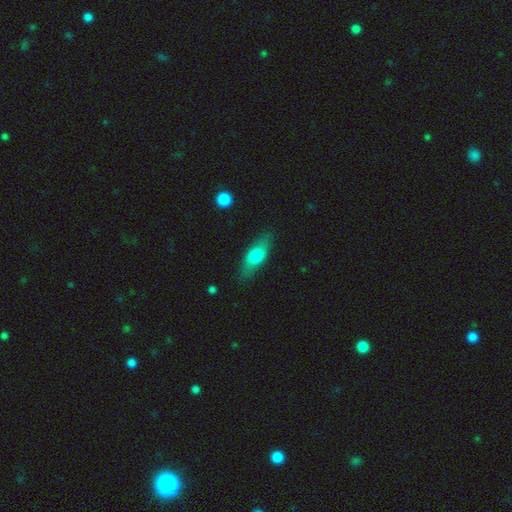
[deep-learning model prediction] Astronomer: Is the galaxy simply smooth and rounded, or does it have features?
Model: smooth — 67%.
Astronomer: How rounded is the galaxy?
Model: in between — 65%.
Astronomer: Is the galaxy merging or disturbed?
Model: none — 80%.